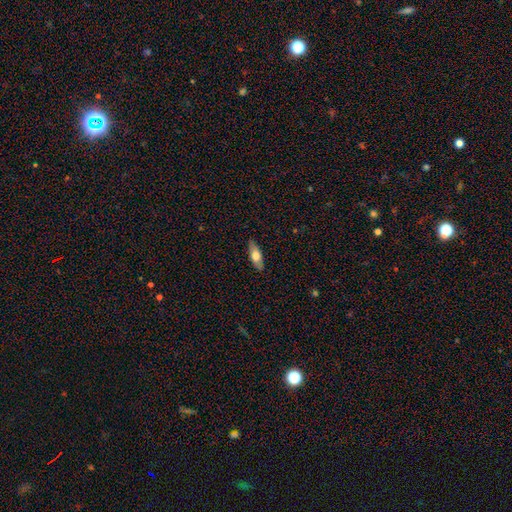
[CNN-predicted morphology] The model was most divided on "how rounded": in between: 64%, cigar-shaped: 33%, round: 3%. More confident: merging — none (87%); smooth or featured — smooth (63%).